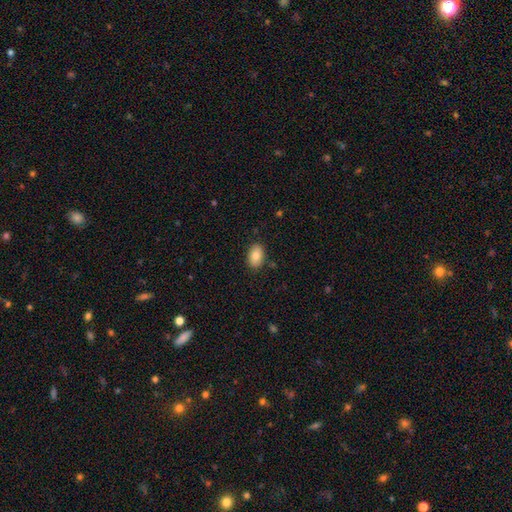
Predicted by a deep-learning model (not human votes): smooth_or_featured: smooth (p=0.83) [alt: featured or disk p=0.09]
how_rounded: in between (p=0.90) [alt: round p=0.09]
merging: none (p=0.86) [alt: minor disturbance p=0.10]